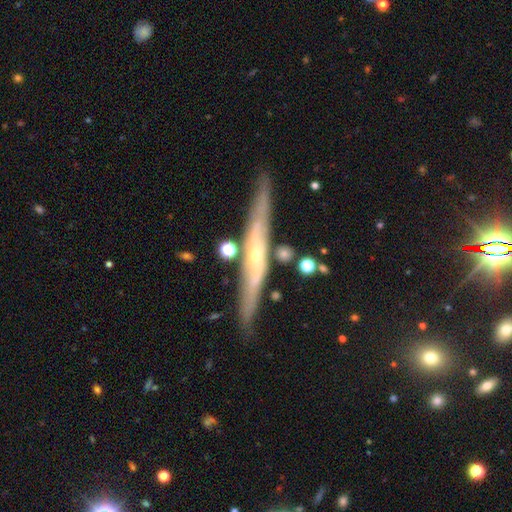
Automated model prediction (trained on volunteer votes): smooth-or-featured: featured or disk: 73% | smooth: 21% | star or artifact: 6%
  disk-edge-on: yes: 82% | no: 18%
    edge-on-bulge: rounded: 63% | none: 33% | boxy: 3%
  merging: none: 79% | minor disturbance: 13% | merger: 5% | major disturbance: 3%